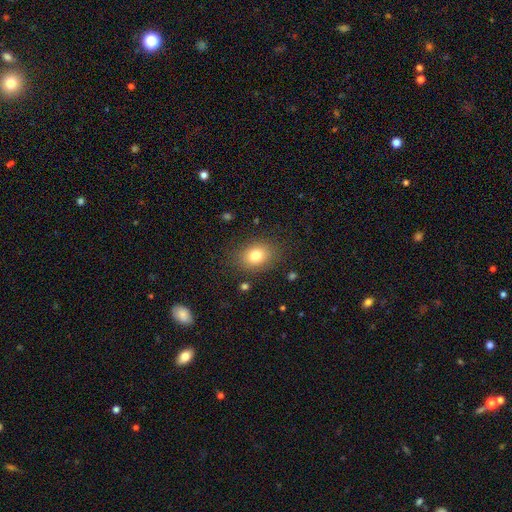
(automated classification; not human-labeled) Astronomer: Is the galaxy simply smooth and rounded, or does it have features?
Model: smooth — 79%.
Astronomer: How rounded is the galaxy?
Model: in between — 59% (runner-up: round, 40%).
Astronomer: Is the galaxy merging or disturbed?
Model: none — 84%.